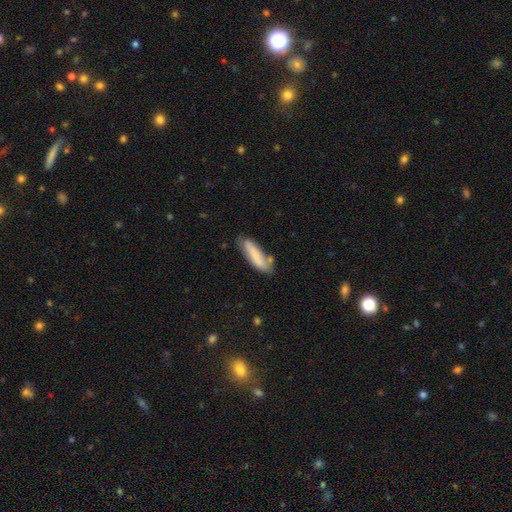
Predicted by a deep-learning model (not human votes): Smooth or featured? Predicted: smooth (p=0.79). How rounded? Predicted: cigar-shaped (p=0.64). Merging? Predicted: none (p=0.64).